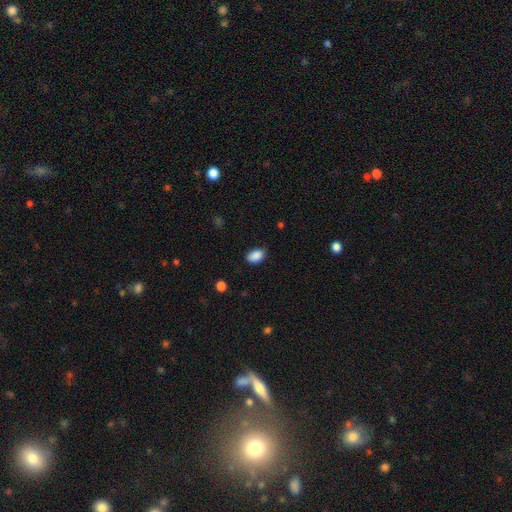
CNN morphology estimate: A smooth galaxy with no disk features (89%) that is in between round and cigar-shaped (89%). Merging: none (78%).